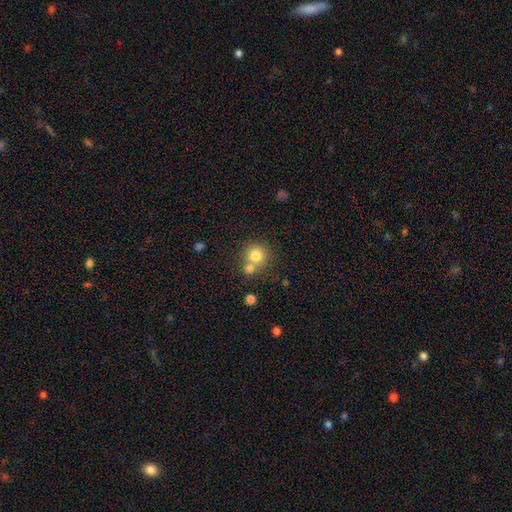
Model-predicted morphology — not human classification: This is likely a smooth galaxy (77%). How rounded: clearly round (91%). Merging: possibly none (57%).